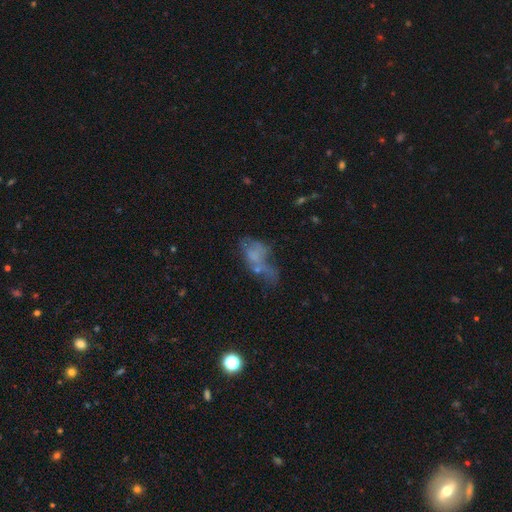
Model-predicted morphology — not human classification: Q: Smooth or featured?
A: smooth (42%); runner-up: featured or disk (41%)
Q: Merging?
A: major disturbance (32%); runner-up: merger (29%)